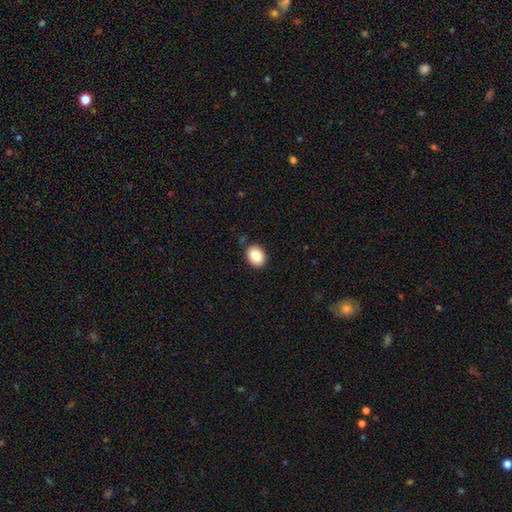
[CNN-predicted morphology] Smooth or featured? Predicted: smooth (p=0.86). How rounded? Predicted: in between (p=0.61). Merging? Predicted: none (p=0.87).